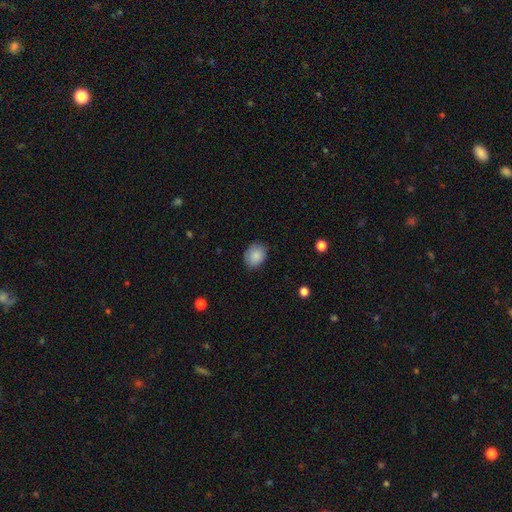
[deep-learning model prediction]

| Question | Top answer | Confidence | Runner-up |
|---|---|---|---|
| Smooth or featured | smooth | 87% | star or artifact (8%) |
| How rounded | in between | 51% | round (48%) |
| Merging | none | 81% | minor disturbance (15%) |